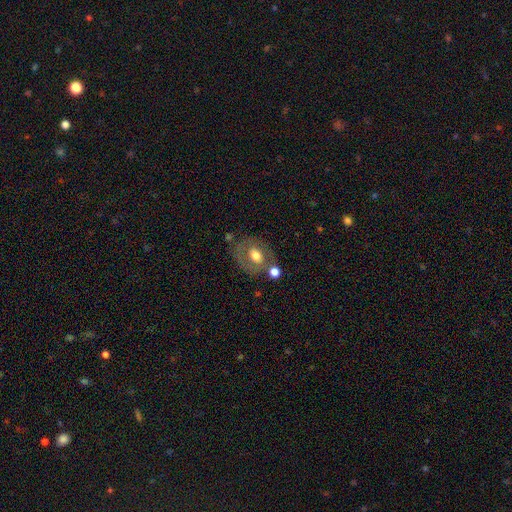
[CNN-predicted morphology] Smooth or featured? Predicted: smooth (p=0.50). Merging? Predicted: none (p=0.61).